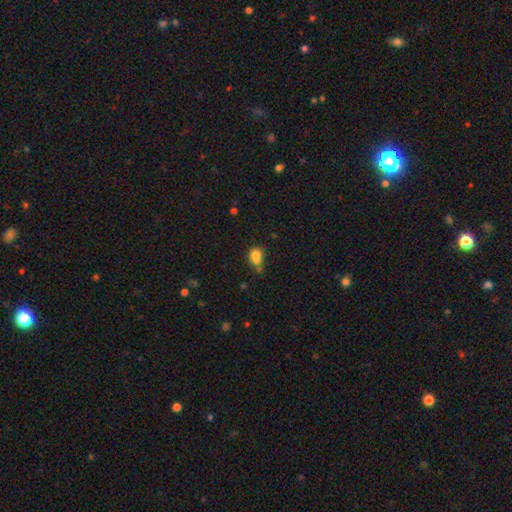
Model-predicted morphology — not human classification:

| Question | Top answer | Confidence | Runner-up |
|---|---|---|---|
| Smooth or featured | smooth | 79% | star or artifact (12%) |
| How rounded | round | 58% | in between (40%) |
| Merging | none | 44% | merger (26%) |